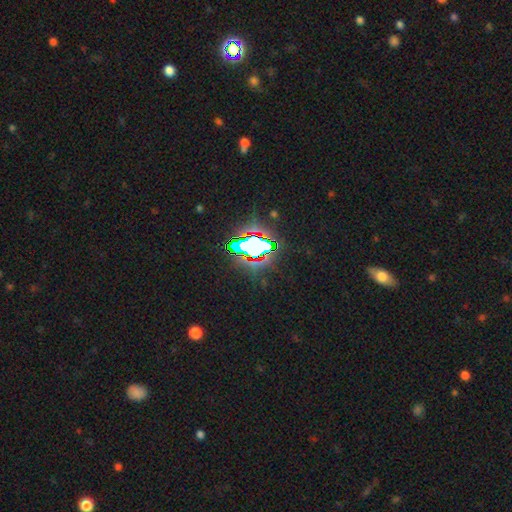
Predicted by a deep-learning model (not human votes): Smooth or featured? star or artifact (76%)